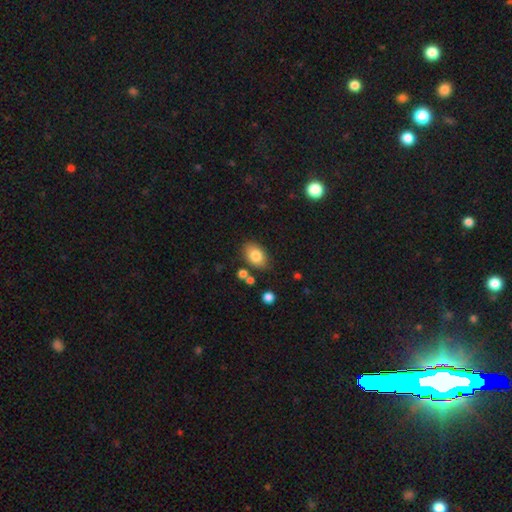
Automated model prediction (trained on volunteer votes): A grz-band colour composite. It shows a smooth galaxy with no disk features (82%) that is in between round and cigar-shaped (83%). Merging: none (75%).